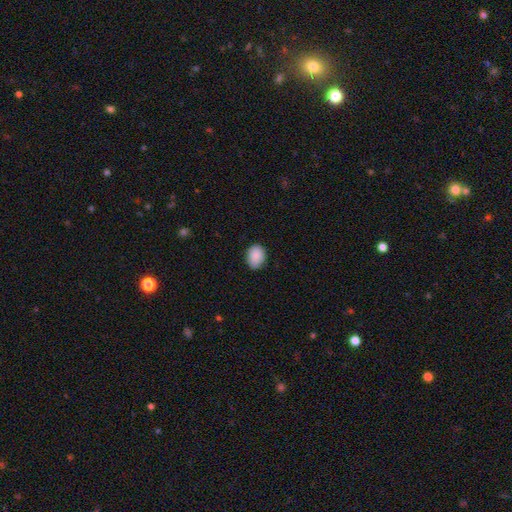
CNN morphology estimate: Smooth or featured? smooth (88%)
How rounded? in between (59%)
Merging? none (80%)